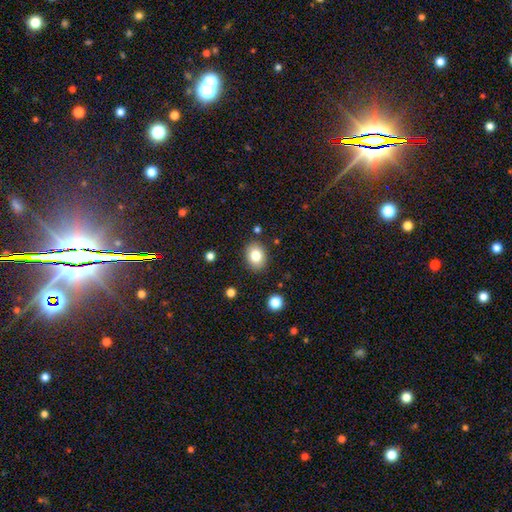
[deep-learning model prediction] A smooth galaxy with no disk features (81%) that is in between round and cigar-shaped (59%). Merging: none (87%).